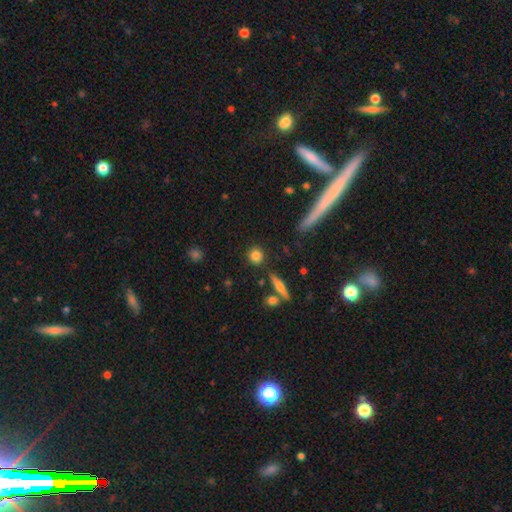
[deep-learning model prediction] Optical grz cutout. It shows a smooth galaxy with no disk features (82%) that is round (84%). Merging: none (85%).